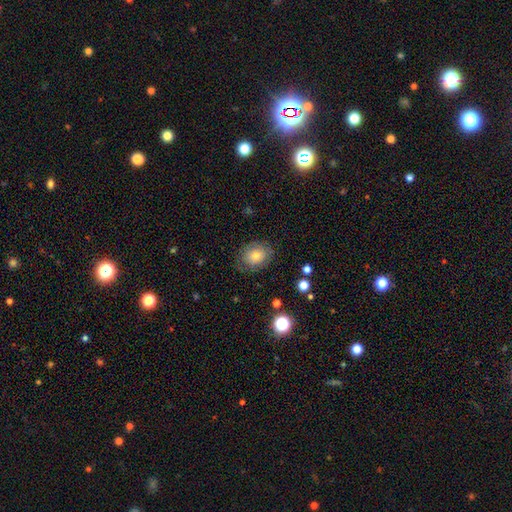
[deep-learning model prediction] This appears to be a smooth galaxy with no disk features (67%) that is round (50%). Merging: none (78%).